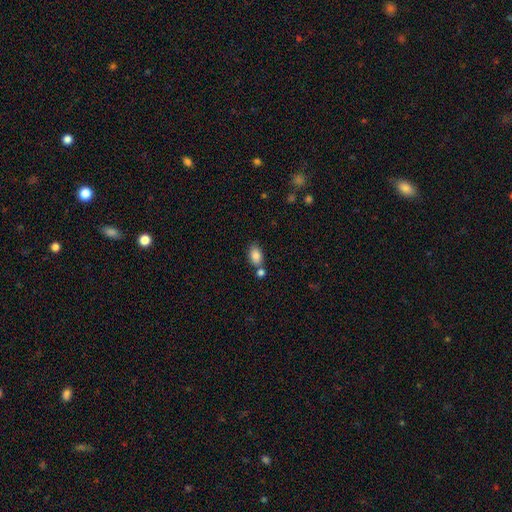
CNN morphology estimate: Overall: smooth (85%). How rounded: in between (87%). Merging: none (62%).